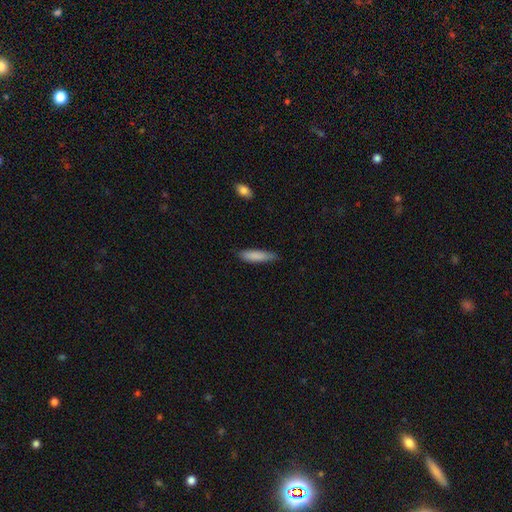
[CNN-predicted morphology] Q: Smooth or featured?
A: smooth (85%); runner-up: featured or disk (9%)
Q: How rounded?
A: cigar-shaped (74%); runner-up: in between (25%)
Q: Merging?
A: none (77%); runner-up: minor disturbance (19%)